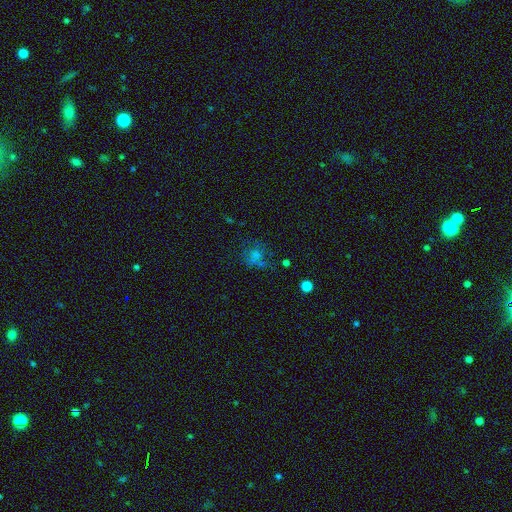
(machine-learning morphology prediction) smooth 44%, star or artifact 31%, featured or disk 25%. Down the decision tree: merging — none (52%).